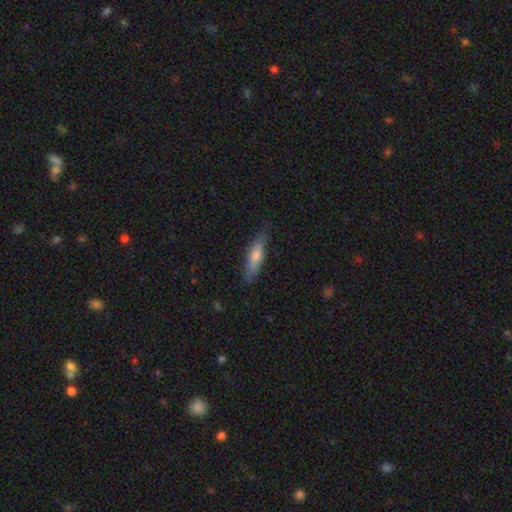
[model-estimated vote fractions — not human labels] A smooth galaxy with no disk features (66%) that is cigar-shaped (71%). Merging: none (80%).